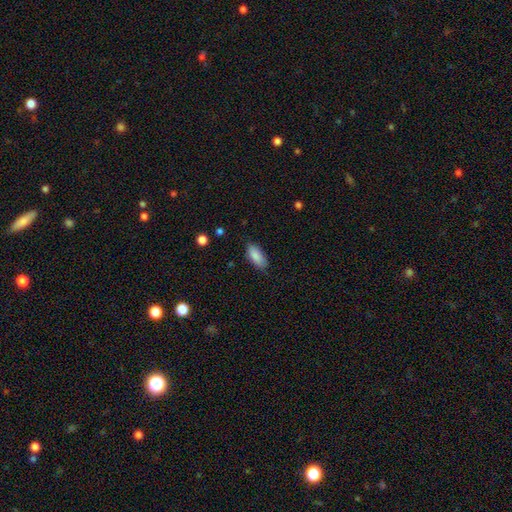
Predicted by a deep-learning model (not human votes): Overall: smooth (88%). How rounded: in between (88%). Merging: none (81%).